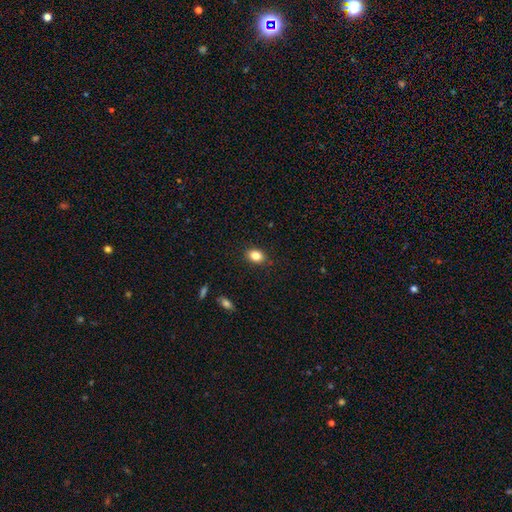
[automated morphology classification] This appears to be a smooth galaxy with no disk features (84%) that is in between round and cigar-shaped (71%). Merging: none (87%).